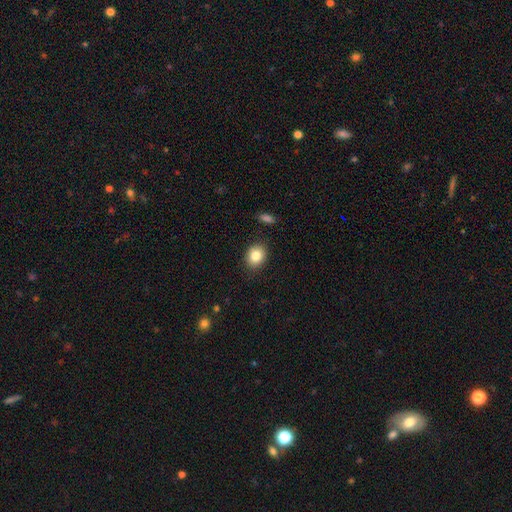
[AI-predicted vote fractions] Morphology: type=smooth (83%); roundness=round (55%); merging=none (87%).